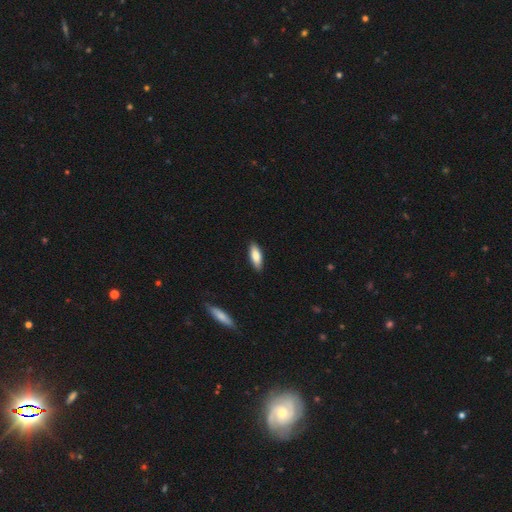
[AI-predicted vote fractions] A smooth galaxy with no disk features (80%) that is in between round and cigar-shaped (63%). Merging: none (89%).